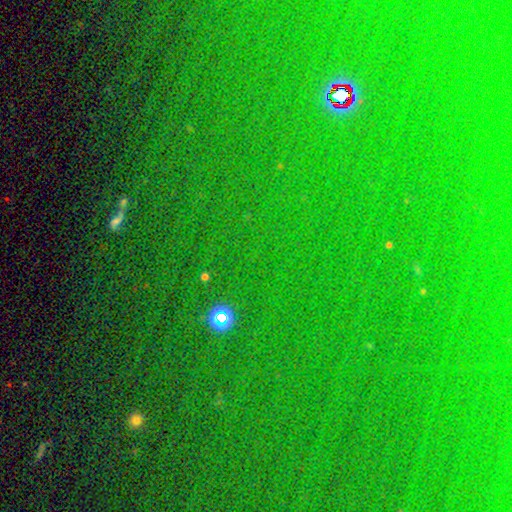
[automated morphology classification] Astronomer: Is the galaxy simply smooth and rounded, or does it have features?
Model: star or artifact — 80%.